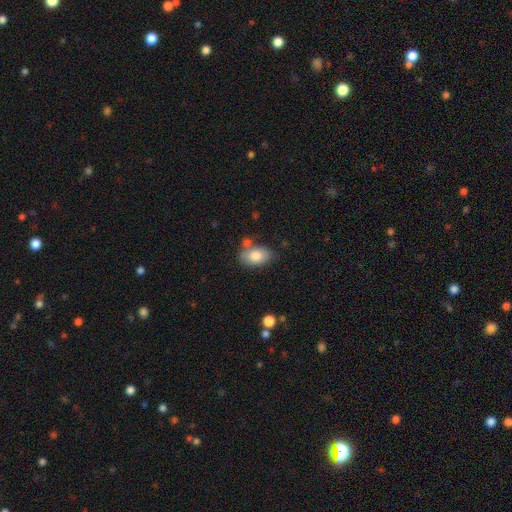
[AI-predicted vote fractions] Smooth or featured? smooth (80%)
How rounded? in between (88%)
Merging? none (62%)